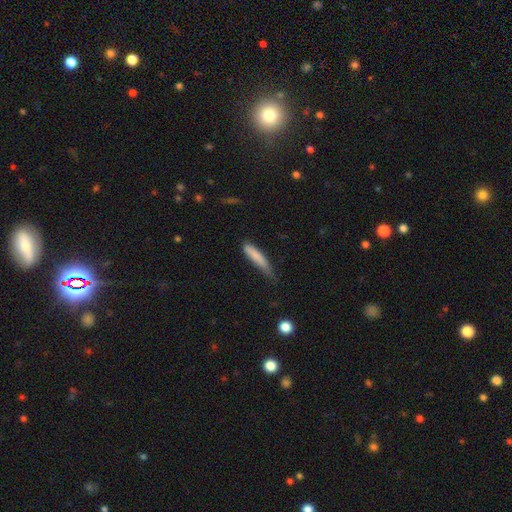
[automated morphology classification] Smooth or featured? Predicted: smooth (p=0.80). How rounded? Predicted: cigar-shaped (p=0.88). Merging? Predicted: none (p=0.52).